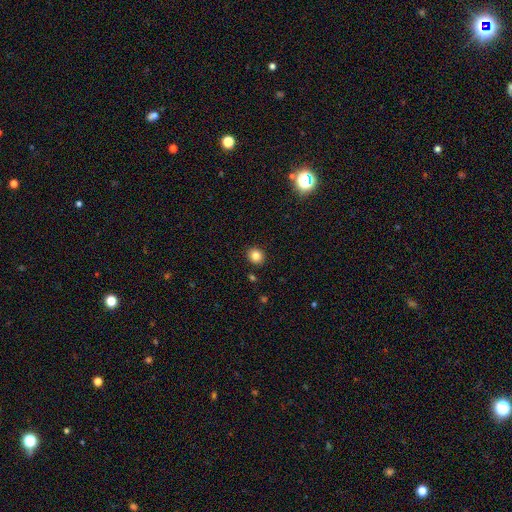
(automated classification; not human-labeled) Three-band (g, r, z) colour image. It shows a smooth galaxy with no disk features (82%) that is round (77%). Merging: none (90%).